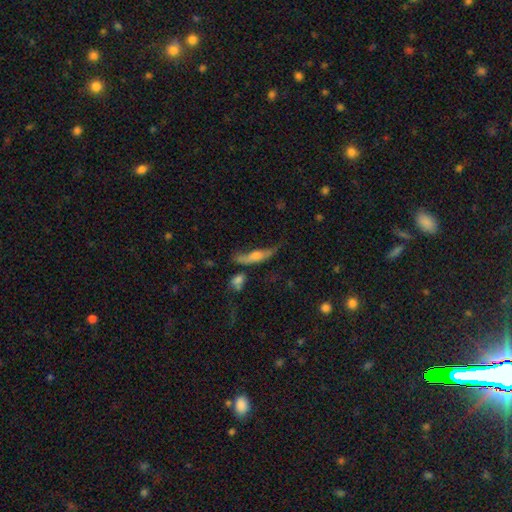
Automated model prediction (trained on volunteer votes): smooth-or-featured: smooth: 45% (tied) | featured or disk: 45% (tied) | star or artifact: 10%
  merging: none: 41% | minor disturbance: 26% | major disturbance: 20% | merger: 12%